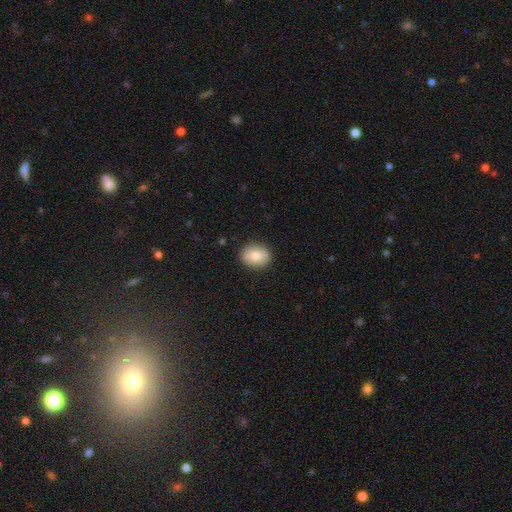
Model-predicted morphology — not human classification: smooth_or_featured: smooth (p=0.78) [alt: featured or disk p=0.15]
how_rounded: in between (p=0.56) [alt: round p=0.43]
merging: none (p=0.89) [alt: minor disturbance p=0.08]